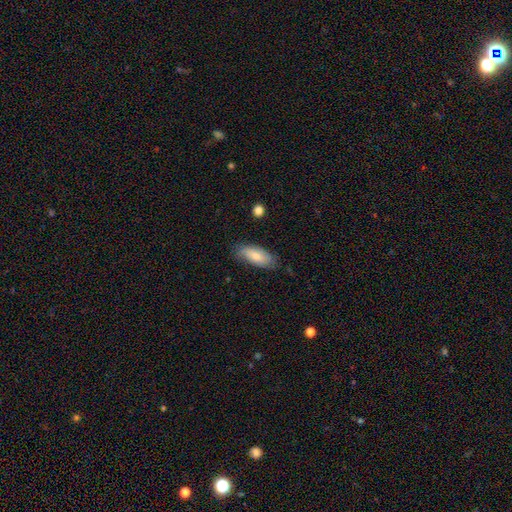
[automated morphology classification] Smooth or featured: smooth — 73% (featured or disk — 21%)
How rounded: in between — 84% (cigar-shaped — 14%)
Merging: none — 73% (minor disturbance — 22%)